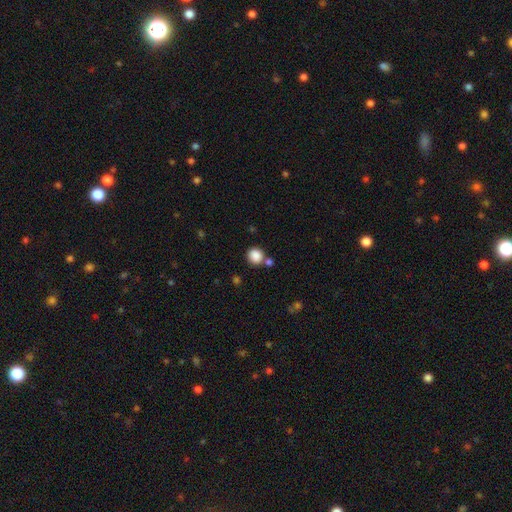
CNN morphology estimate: Q: Smooth or featured?
A: smooth (86%); runner-up: star or artifact (10%)
Q: How rounded?
A: round (87%); runner-up: in between (12%)
Q: Merging?
A: none (71%); runner-up: merger (16%)